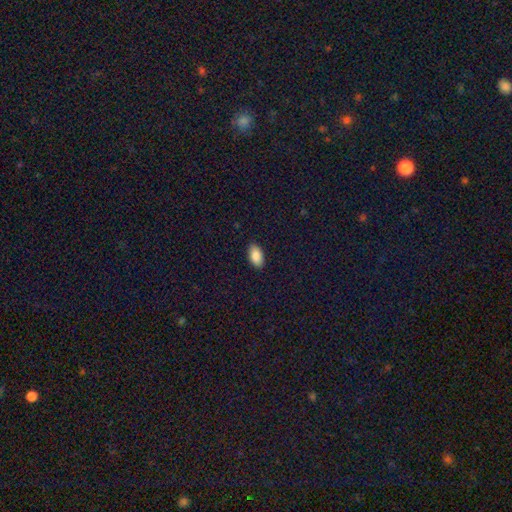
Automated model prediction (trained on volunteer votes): Smooth or featured? smooth (87%)
How rounded? in between (94%)
Merging? none (88%)